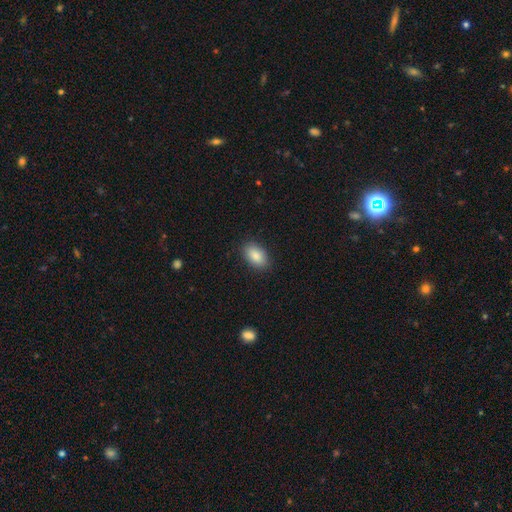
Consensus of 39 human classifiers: smooth-or-featured: smooth: 92% | star or artifact: 5% | featured or disk: 3%
  how-rounded: in between: 100% | round: 0% | cigar-shaped: 0%
  merging: none: 92% | minor disturbance: 5% | merger: 3% | major disturbance: 0%